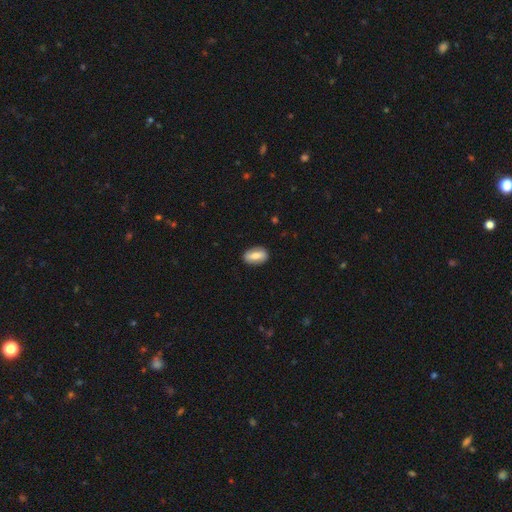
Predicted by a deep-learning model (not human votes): smooth 67%, featured or disk 27%, star or artifact 6%. Down the decision tree: how rounded — in between (89%); merging — none (87%).